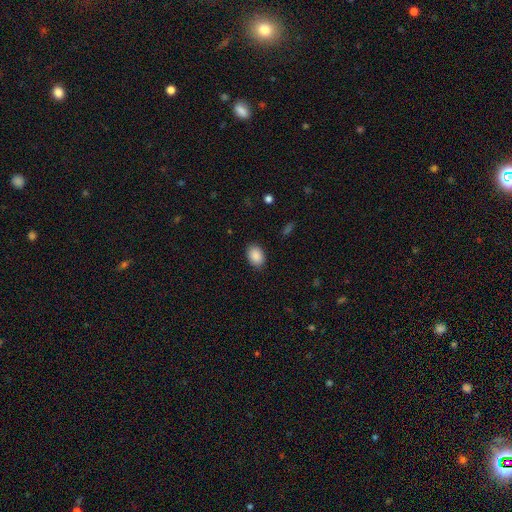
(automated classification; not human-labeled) A smooth galaxy with no disk features (89%) that is in between round and cigar-shaped (78%).

Vote fractions:
- Smooth or featured? smooth: 89% / star or artifact: 7% / featured or disk: 3%
- How rounded? in between: 78% / round: 21% / cigar-shaped: 1%
- Merging? none: 88% / minor disturbance: 9% / major disturbance: 2% / merger: 1%